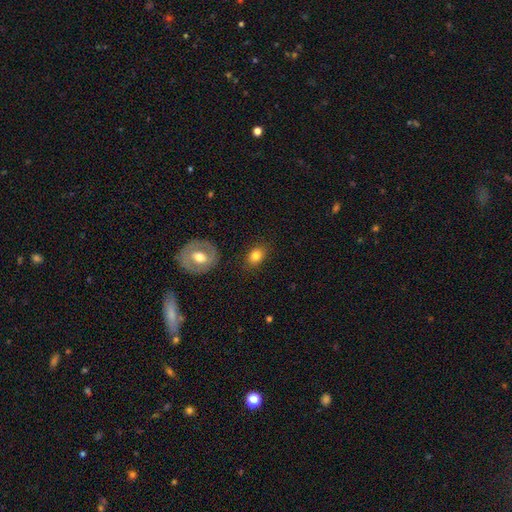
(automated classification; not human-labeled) Q: Smooth or featured?
A: smooth (79%); runner-up: featured or disk (11%)
Q: How rounded?
A: in between (65%); runner-up: round (34%)
Q: Merging?
A: none (83%); runner-up: minor disturbance (11%)